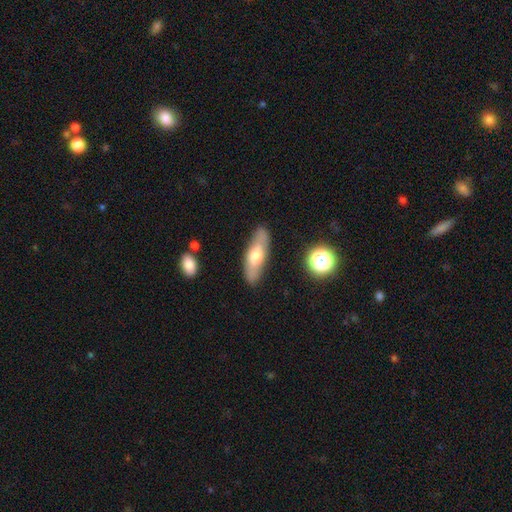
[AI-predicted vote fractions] Q: Smooth or featured?
A: smooth (55%); runner-up: featured or disk (38%)
Q: How rounded?
A: in between (54%); runner-up: cigar-shaped (43%)
Q: Merging?
A: none (84%); runner-up: minor disturbance (11%)